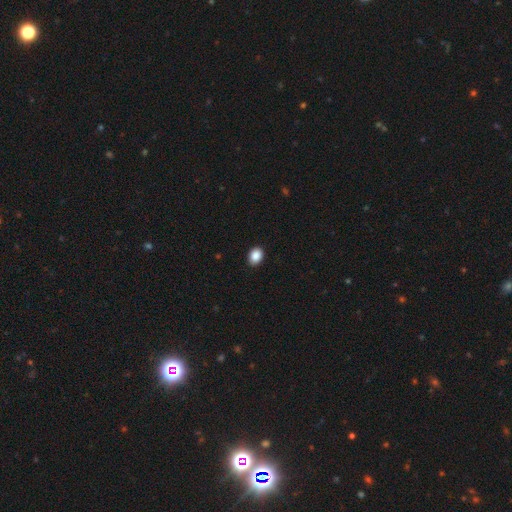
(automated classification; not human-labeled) smooth_or_featured: smooth (p=0.89) [alt: star or artifact p=0.08]
how_rounded: in between (p=0.69) [alt: round p=0.30]
merging: none (p=0.89) [alt: minor disturbance p=0.08]